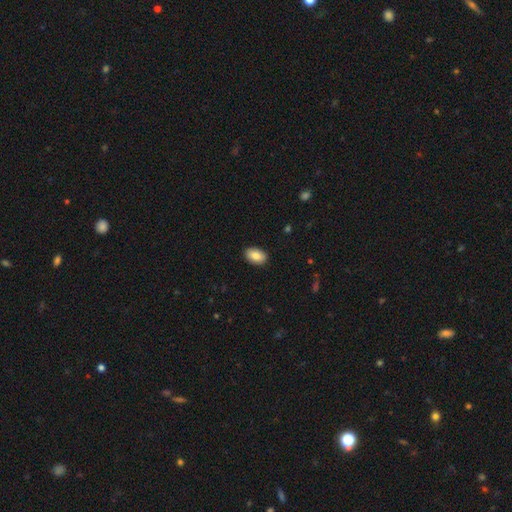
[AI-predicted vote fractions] smooth-or-featured: smooth: 85% | featured or disk: 8% | star or artifact: 7%
  how-rounded: in between: 92% | round: 7% | cigar-shaped: 1%
  merging: none: 89% | minor disturbance: 8% | major disturbance: 2% | merger: 1%